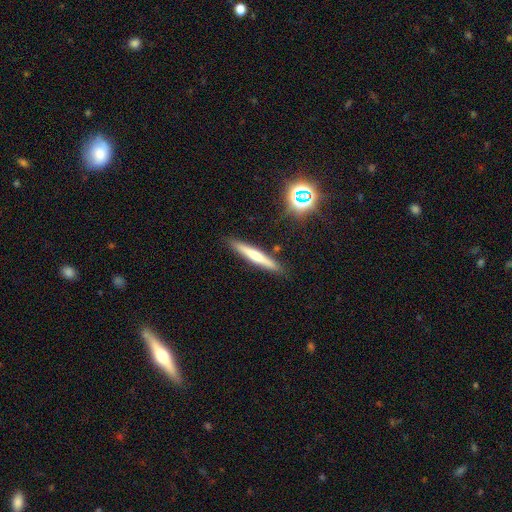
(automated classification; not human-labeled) Smooth or featured? Predicted: smooth (p=0.52). How rounded? Predicted: cigar-shaped (p=0.94). Merging? Predicted: none (p=0.88).